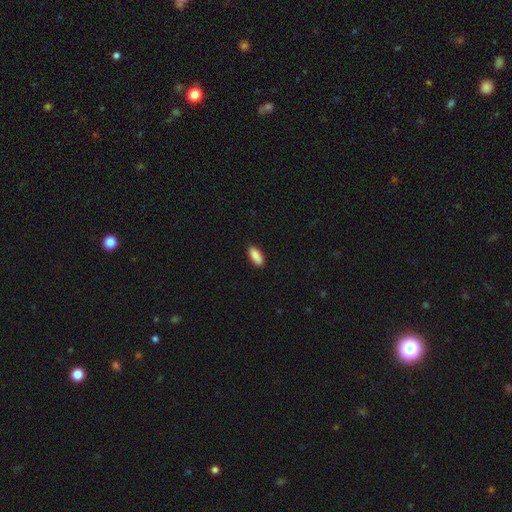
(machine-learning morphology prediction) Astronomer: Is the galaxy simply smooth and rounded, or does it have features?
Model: smooth — 90%.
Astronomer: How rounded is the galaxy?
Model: in between — 84%.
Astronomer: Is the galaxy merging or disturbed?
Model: none — 88%.